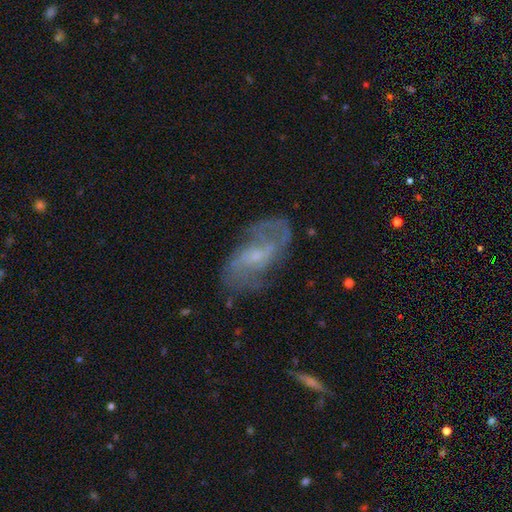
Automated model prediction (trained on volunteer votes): Overall: featured or disk (75%). Edge-on disk: no (94%). Bar: weak (50%; no 38%). Spiral arms: yes (85%). Spiral arm count: 2 (69%). Spiral winding: medium (43%; loose 38%). Bulge size: small (57%; moderate 26%). Merging: none (66%).